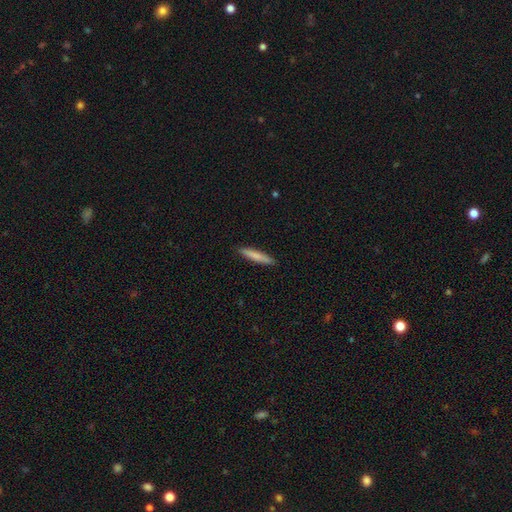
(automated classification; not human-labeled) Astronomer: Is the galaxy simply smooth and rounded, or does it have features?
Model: smooth — 80%.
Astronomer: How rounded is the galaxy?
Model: cigar-shaped — 92%.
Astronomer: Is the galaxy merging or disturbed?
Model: none — 91%.